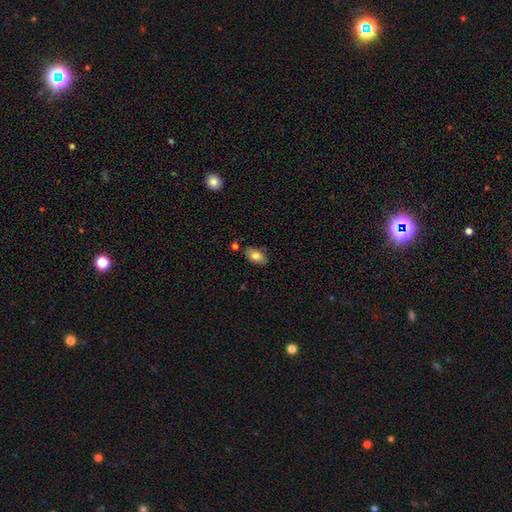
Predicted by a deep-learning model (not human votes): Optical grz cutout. It shows a smooth galaxy with no disk features (81%) that is in between round and cigar-shaped (91%). Merging: none (78%).